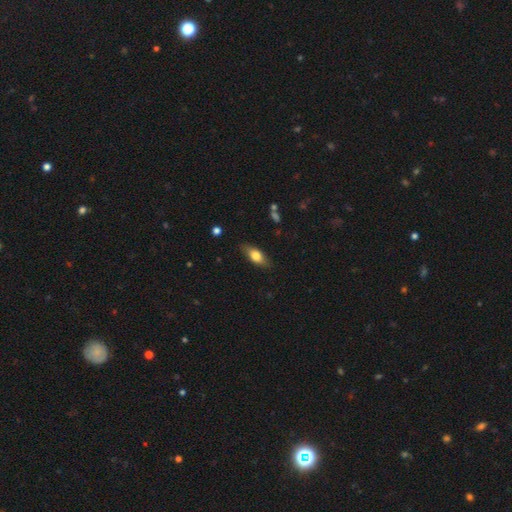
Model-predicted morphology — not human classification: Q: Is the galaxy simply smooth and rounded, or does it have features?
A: smooth — 69%.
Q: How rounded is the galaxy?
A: in between — 77%.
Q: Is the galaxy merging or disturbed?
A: none — 83%.